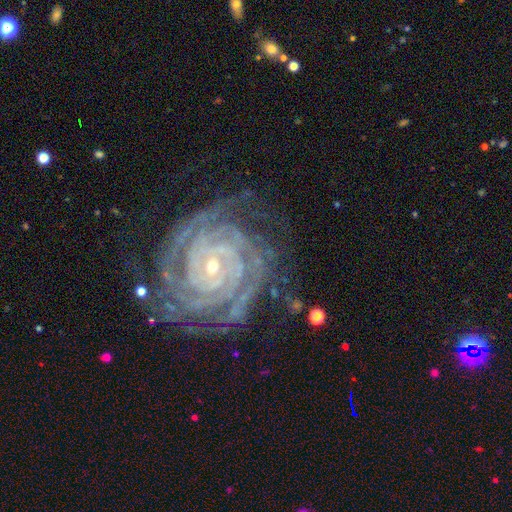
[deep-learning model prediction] Smooth or featured? featured or disk (91%)
Edge-on disk? no (97%)
Bar? no (64%)
Spiral arms? yes (98%)
Spiral winding? tight (86%)
Spiral arm count? 4 (22%)
Bulge size? small (76%)
Merging? none (72%)